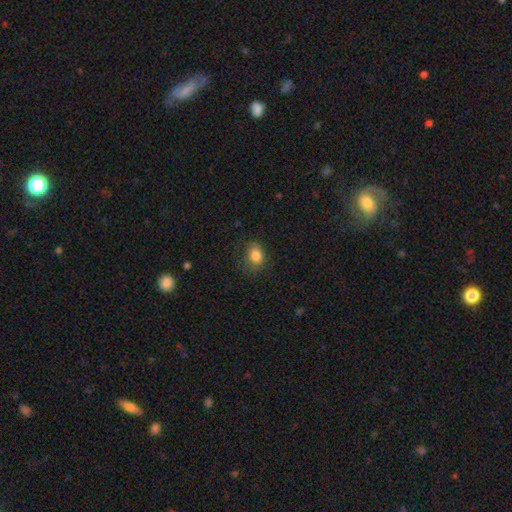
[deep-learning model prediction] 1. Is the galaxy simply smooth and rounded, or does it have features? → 83% smooth, 10% star or artifact, 7% featured or disk.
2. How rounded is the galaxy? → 62% in between, 37% round, 1% cigar-shaped.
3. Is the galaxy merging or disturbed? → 68% none, 23% minor disturbance, 8% major disturbance, 1% merger.